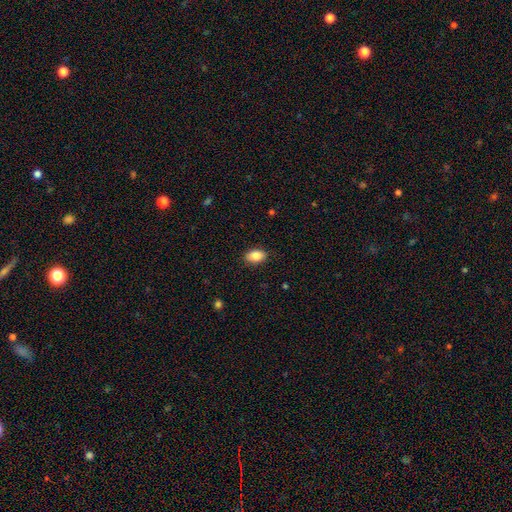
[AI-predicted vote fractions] This appears to be a smooth galaxy with no disk features (87%) that is in between round and cigar-shaped (89%). Merging: none (87%).